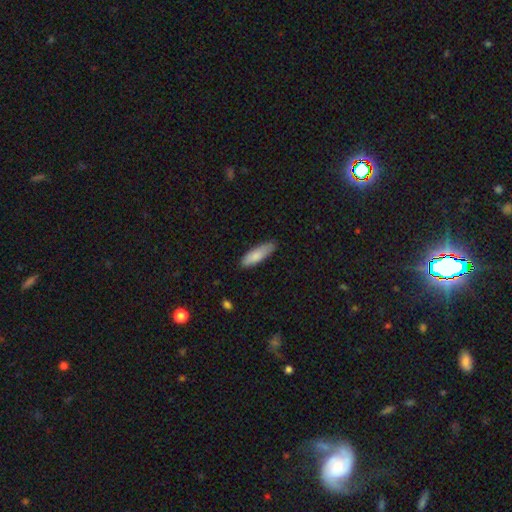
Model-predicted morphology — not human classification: smooth_or_featured: smooth (p=0.83) [alt: featured or disk p=0.11]
how_rounded: cigar-shaped (p=0.51) [alt: in between p=0.47]
merging: none (p=0.81) [alt: minor disturbance p=0.16]